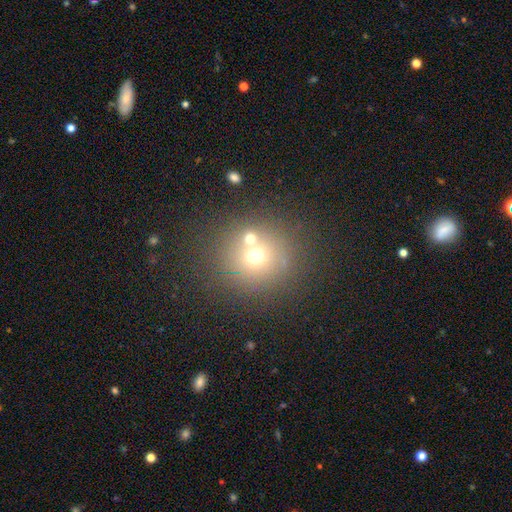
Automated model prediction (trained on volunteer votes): A smooth galaxy with no disk features (63%) that is round (89%).

Vote fractions:
- Smooth or featured? smooth: 63% / star or artifact: 20% / featured or disk: 17%
- How rounded? round: 89% / in between: 10% / cigar-shaped: 1%
- Merging? none: 59% / merger: 29% / minor disturbance: 8% / major disturbance: 4%